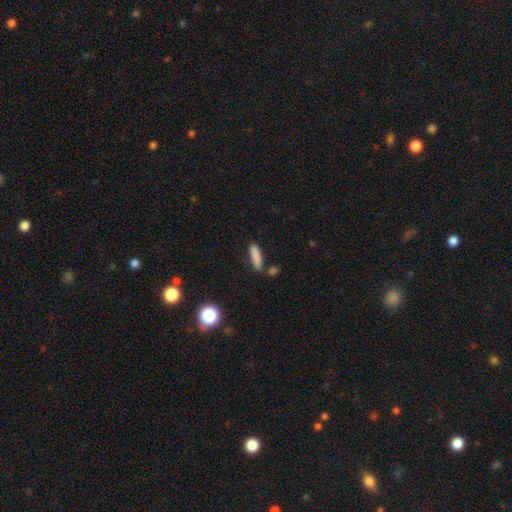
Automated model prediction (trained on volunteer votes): Smooth or featured: smooth — 84% (star or artifact — 8%)
How rounded: cigar-shaped — 73% (in between — 25%)
Merging: none — 73% (minor disturbance — 15%)